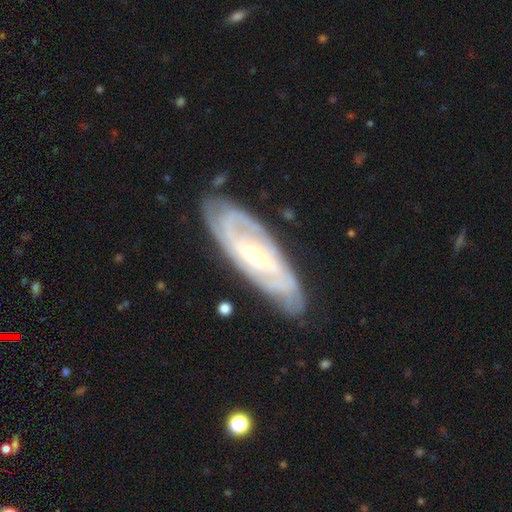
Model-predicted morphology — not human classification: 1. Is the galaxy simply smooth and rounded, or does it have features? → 83% featured or disk, 12% smooth, 5% star or artifact.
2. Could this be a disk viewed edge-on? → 85% no, 15% yes.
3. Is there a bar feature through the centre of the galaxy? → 50% no, 35% weak, 15% strong.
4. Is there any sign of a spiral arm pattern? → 92% yes, 8% no.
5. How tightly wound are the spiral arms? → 64% tight, 28% medium, 7% loose.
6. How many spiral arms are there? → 41% can't tell, 32% 2, 13% 3, 7% 4, 4% more than 4, 4% 1.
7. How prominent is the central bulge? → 66% small, 30% moderate, 2% large, 1% none, 1% dominant.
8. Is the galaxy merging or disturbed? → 79% none, 16% minor disturbance, 4% major disturbance, 2% merger.